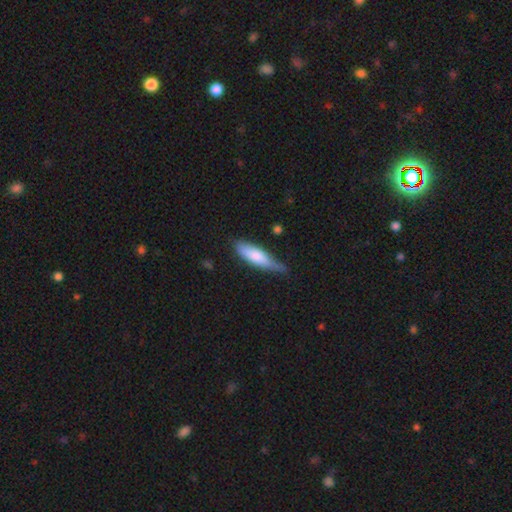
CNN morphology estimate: The model was most divided on "merging": none: 53%, minor disturbance: 38%, major disturbance: 7%, merger: 2%. More confident: smooth or featured — smooth (73%); how rounded — cigar-shaped (59%).